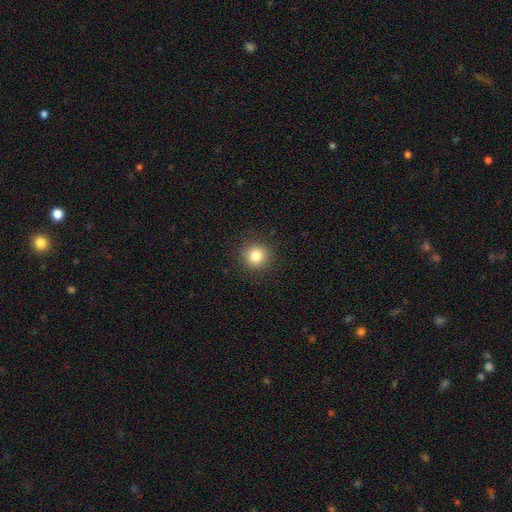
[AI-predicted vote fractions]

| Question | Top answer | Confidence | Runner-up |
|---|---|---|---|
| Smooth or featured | smooth | 82% | star or artifact (12%) |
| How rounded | round | 92% | in between (7%) |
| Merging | none | 91% | minor disturbance (6%) |